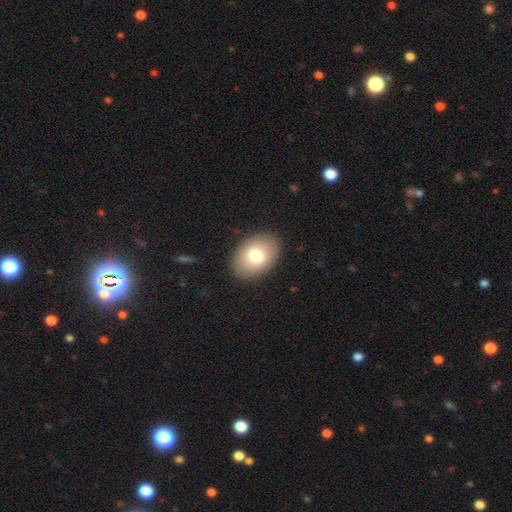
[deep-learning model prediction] This appears to be a smooth galaxy with no disk features (75%) that is in between round and cigar-shaped (78%). Merging: none (88%).